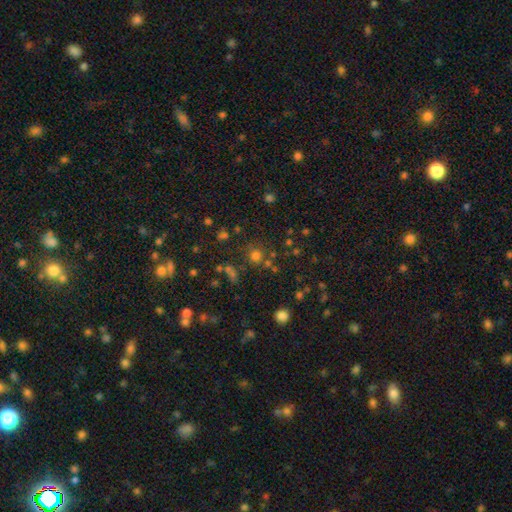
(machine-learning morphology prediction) A smooth galaxy with no disk features (68%) that is round (91%).

Vote fractions:
- Smooth or featured? smooth: 68% / star or artifact: 24% / featured or disk: 7%
- How rounded? round: 91% / in between: 8% / cigar-shaped: 1%
- Merging? none: 76% / minor disturbance: 10% / merger: 9% / major disturbance: 5%